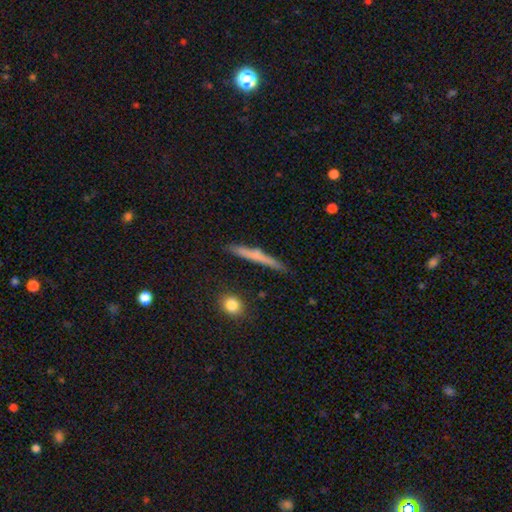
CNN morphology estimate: smooth 57%, featured or disk 37%, star or artifact 7%. Down the decision tree: how rounded — cigar-shaped (94%); merging — none (80%).